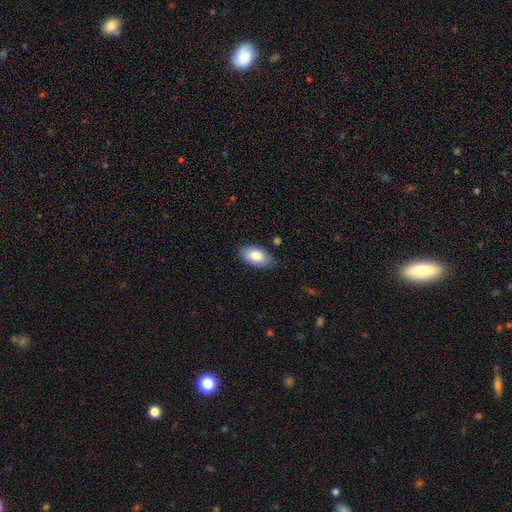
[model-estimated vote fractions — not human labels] Smooth or featured: smooth — 83% (featured or disk — 10%)
How rounded: in between — 94% (round — 3%)
Merging: none — 85% (minor disturbance — 11%)